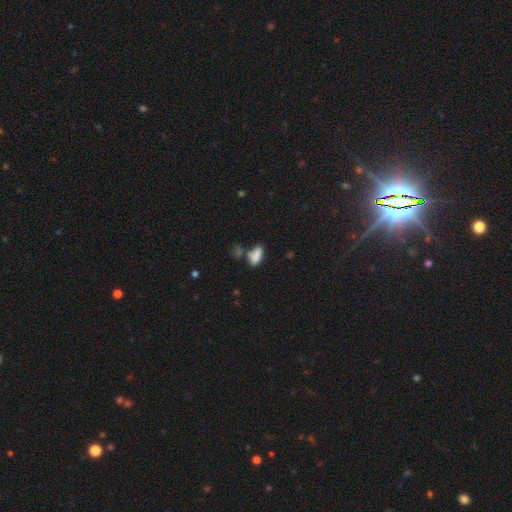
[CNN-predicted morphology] Smooth or featured?
  - smooth: 82% *
  - star or artifact: 9%
  - featured or disk: 8%
How rounded?
  - in between: 84% *
  - cigar-shaped: 12%
  - round: 4%
Merging?
  - none: 44% *
  - merger: 29%
  - minor disturbance: 19%
  - major disturbance: 8%